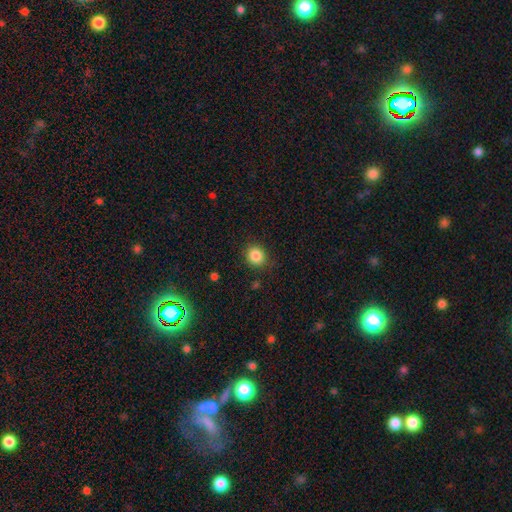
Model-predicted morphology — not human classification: The model was most divided on "how rounded": round: 82%, in between: 17%, cigar-shaped: 1%. More confident: merging — none (86%); smooth or featured — smooth (85%).